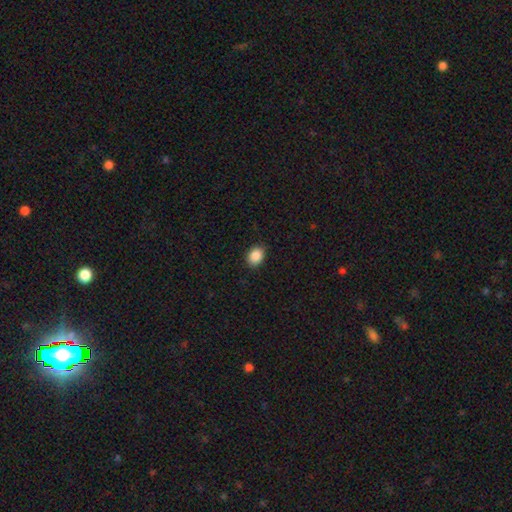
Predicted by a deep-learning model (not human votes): Smooth or featured: smooth — 88% (star or artifact — 9%)
How rounded: in between — 59% (round — 40%)
Merging: none — 87% (minor disturbance — 10%)